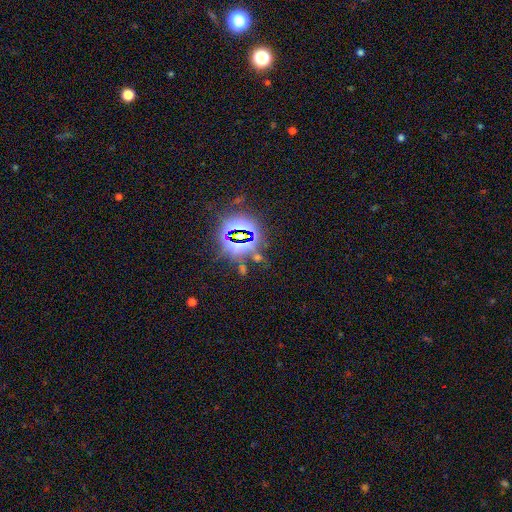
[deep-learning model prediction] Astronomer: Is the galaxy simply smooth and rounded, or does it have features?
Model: star or artifact — 80%.